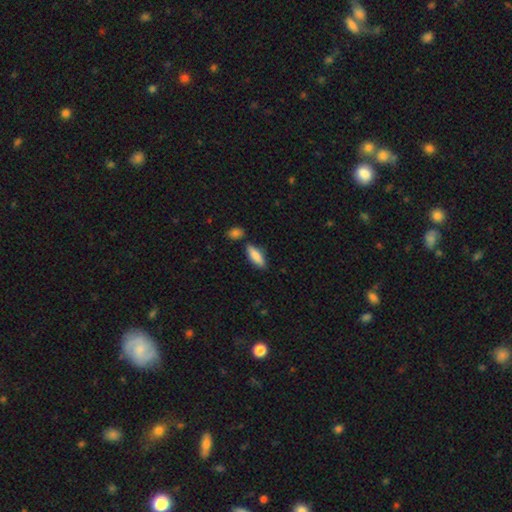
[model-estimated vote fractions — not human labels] Morphology: type=smooth (82%); roundness=in between (58%); merging=none (78%).